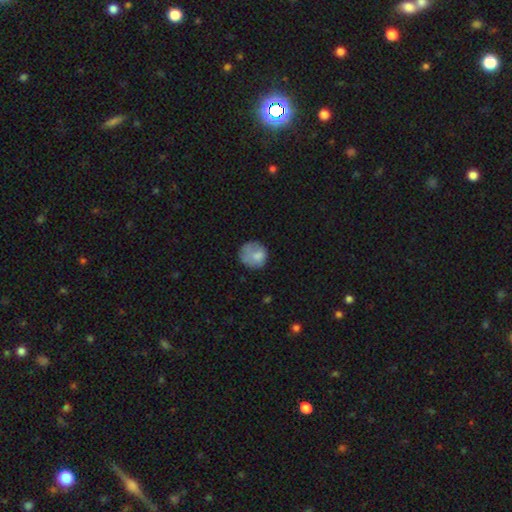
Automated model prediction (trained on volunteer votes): Smooth or featured?
  - smooth: 73% *
  - featured or disk: 18%
  - star or artifact: 9%
How rounded?
  - round: 81% *
  - in between: 18%
  - cigar-shaped: 1%
Merging?
  - none: 56% *
  - minor disturbance: 26%
  - major disturbance: 14%
  - merger: 3%